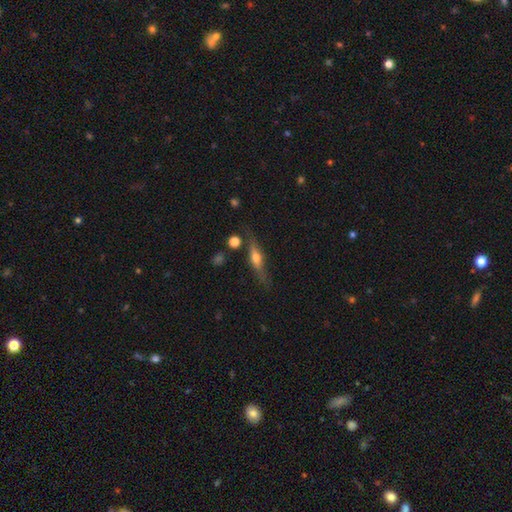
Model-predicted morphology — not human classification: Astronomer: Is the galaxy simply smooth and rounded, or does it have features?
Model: featured or disk — 64%.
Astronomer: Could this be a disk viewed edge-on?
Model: yes — 93%.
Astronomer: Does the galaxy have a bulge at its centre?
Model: rounded — 89%.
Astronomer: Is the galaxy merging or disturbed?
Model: none — 78%.